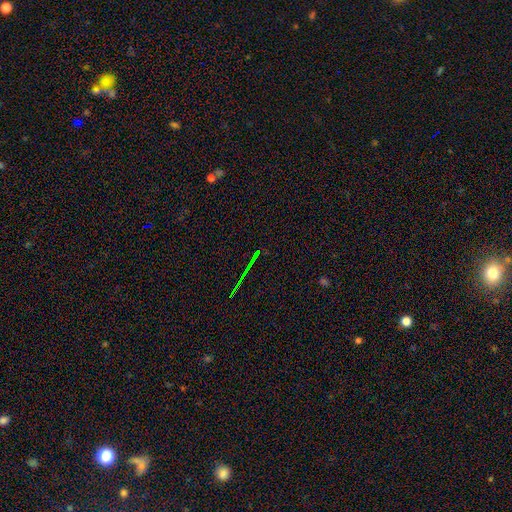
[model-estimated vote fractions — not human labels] This appears to be a star or artifact, not a galaxy (77%).